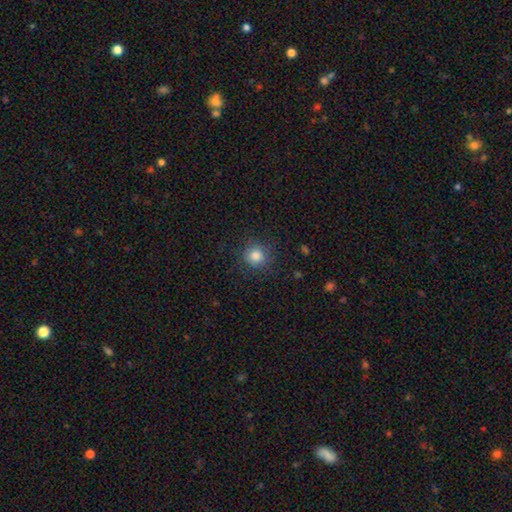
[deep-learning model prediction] Smooth or featured: smooth — 83% (star or artifact — 12%)
How rounded: round — 91% (in between — 8%)
Merging: none — 87% (minor disturbance — 9%)